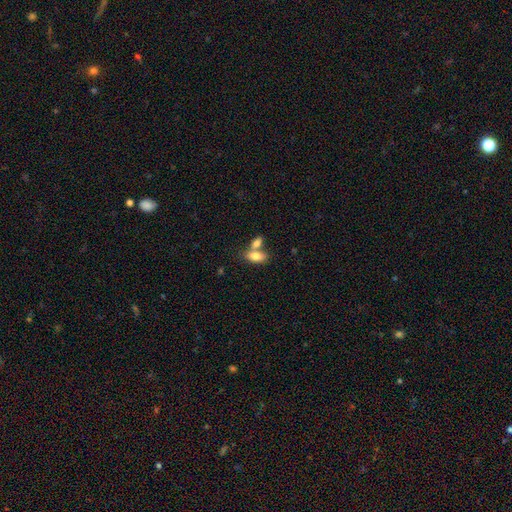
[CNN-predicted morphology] A smooth galaxy with no disk features (79%) that is in between round and cigar-shaped (87%). Merging: merger (50%).